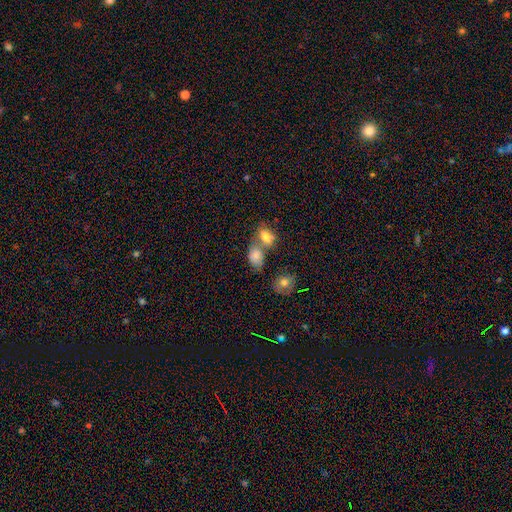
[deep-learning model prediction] The model was most divided on "merging": merger: 46%, none: 36%, minor disturbance: 13%, major disturbance: 5%. More confident: how rounded — in between (81%); smooth or featured — smooth (79%).